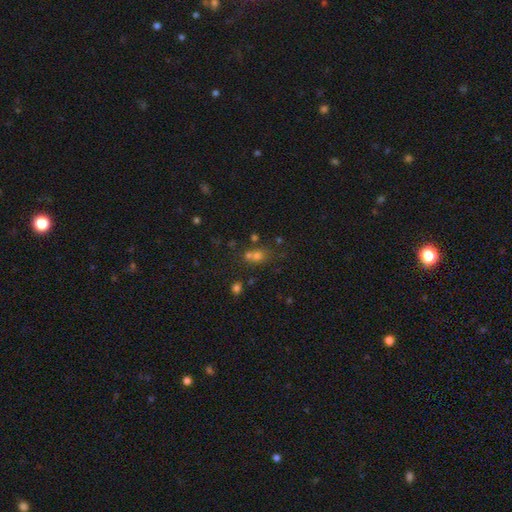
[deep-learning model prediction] The model was most divided on "merging": none: 48%, merger: 37%, minor disturbance: 10%, major disturbance: 5%. More confident: how rounded — round (72%); smooth or featured — smooth (55%).